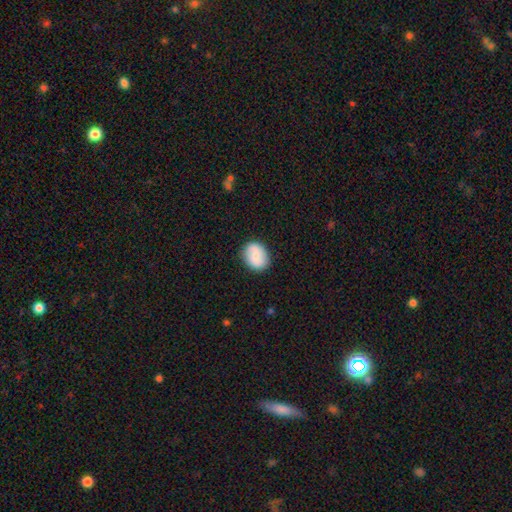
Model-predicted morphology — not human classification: The model was most divided on "how rounded": round: 55%, in between: 44%, cigar-shaped: 1%. More confident: merging — none (84%); smooth or featured — smooth (67%).